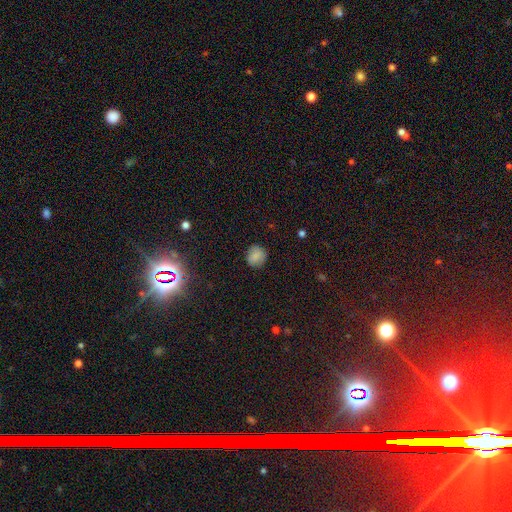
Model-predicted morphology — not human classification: smooth 82%, star or artifact 12%, featured or disk 6%. Down the decision tree: how rounded — round (81%); merging — none (83%).